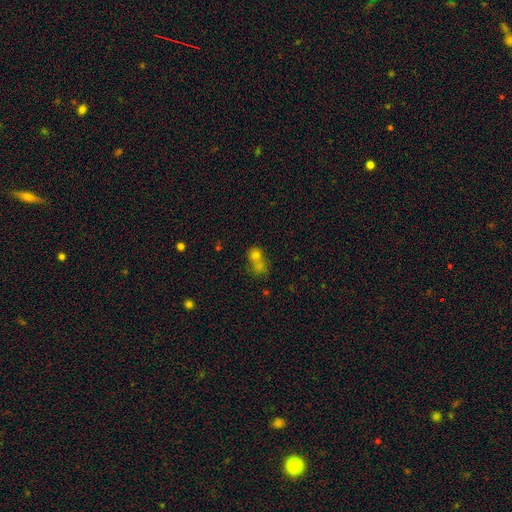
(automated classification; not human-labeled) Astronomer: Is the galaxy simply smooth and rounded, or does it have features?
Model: smooth — 68%.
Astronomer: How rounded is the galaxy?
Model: round — 63%.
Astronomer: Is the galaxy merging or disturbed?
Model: merger — 56%.